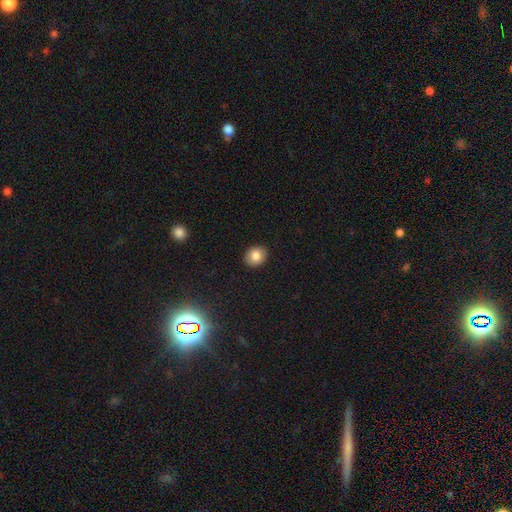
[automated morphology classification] smooth-or-featured: smooth: 83% | star or artifact: 9% | featured or disk: 7%
  how-rounded: round: 62% | in between: 37% | cigar-shaped: 1%
  merging: none: 90% | minor disturbance: 7% | major disturbance: 2% | merger: 1%